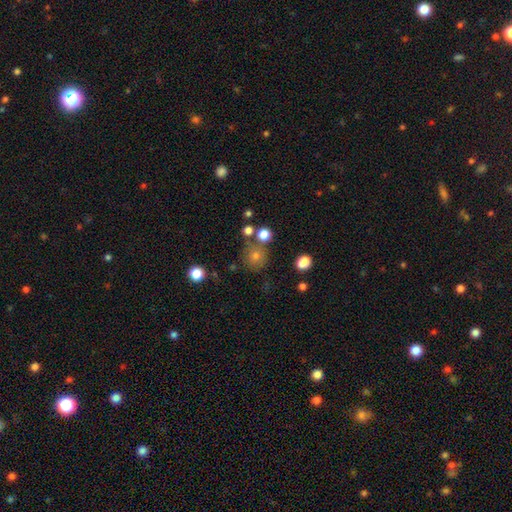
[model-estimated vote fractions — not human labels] A smooth galaxy with no disk features (69%) that is round (89%). Merging: none (73%).